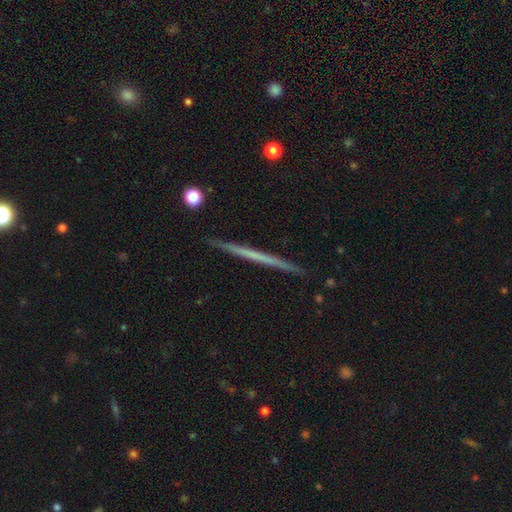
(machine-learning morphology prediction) Overall: featured or disk (57%; smooth 38%). Edge-on disk: yes (98%). Edge-on bulge: none (94%). Merging: none (92%).